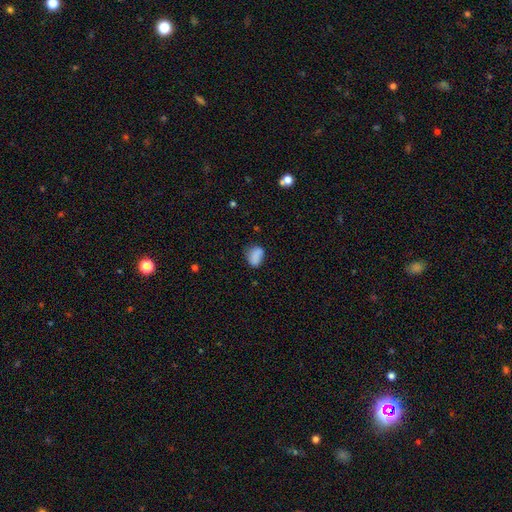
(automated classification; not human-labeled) A smooth galaxy with no disk features (82%) that is in between round and cigar-shaped (73%). Merging: none (62%).